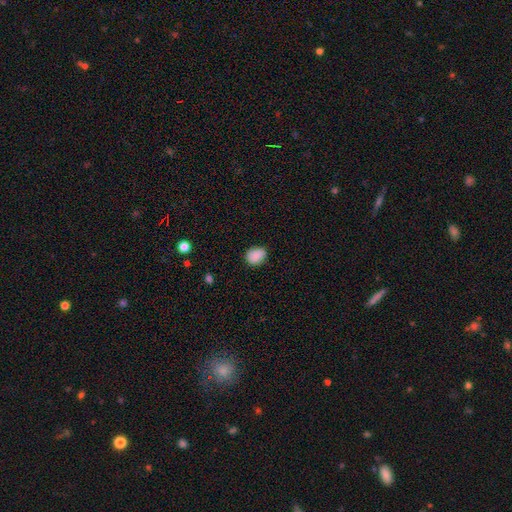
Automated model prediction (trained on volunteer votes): This appears to be a smooth galaxy with no disk features (88%) that is in between round and cigar-shaped (54%). Merging: none (76%).